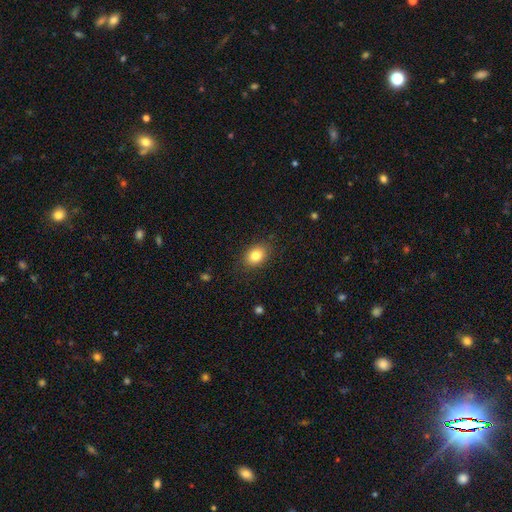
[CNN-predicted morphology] smooth-or-featured: smooth: 83% | star or artifact: 9% | featured or disk: 8%
  how-rounded: in between: 69% | round: 30% | cigar-shaped: 1%
  merging: none: 84% | minor disturbance: 12% | major disturbance: 3% | merger: 1%